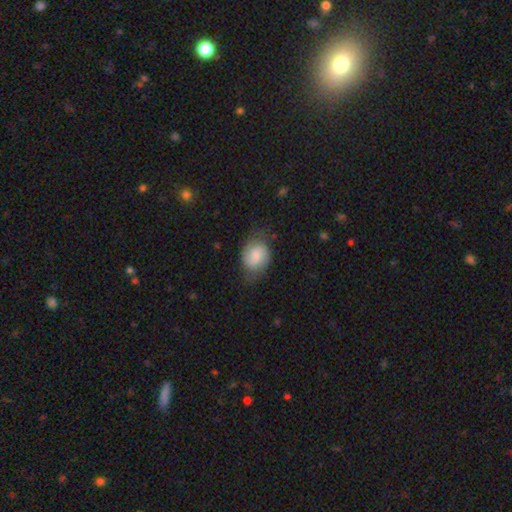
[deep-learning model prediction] This is likely a smooth galaxy (68%). How rounded: likely in between (64%). Merging: possibly none (58%).